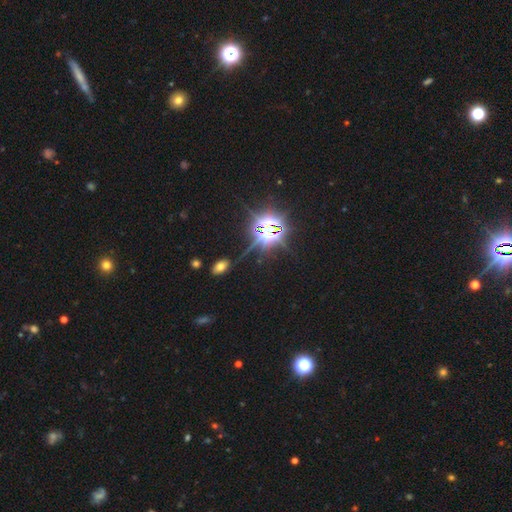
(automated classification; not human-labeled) A star or artifact, not a galaxy (77%).